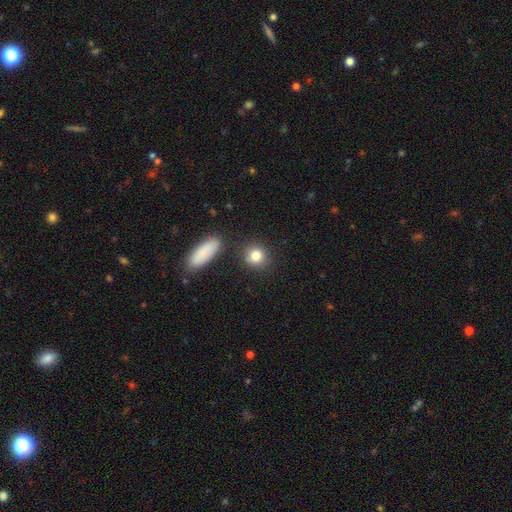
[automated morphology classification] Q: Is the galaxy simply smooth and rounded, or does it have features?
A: smooth — 82%.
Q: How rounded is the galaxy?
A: round — 80%.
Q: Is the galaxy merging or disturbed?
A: none — 84%.